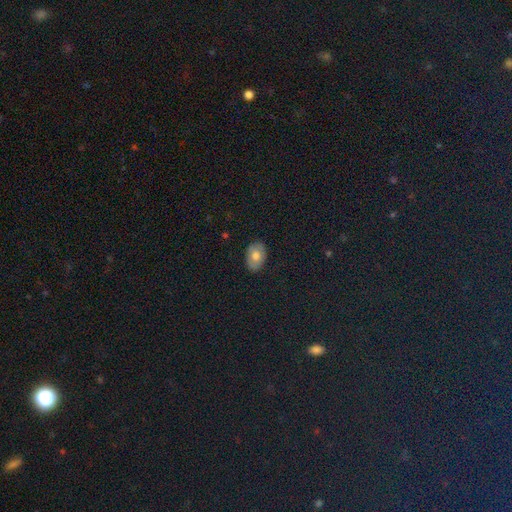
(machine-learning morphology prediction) A smooth galaxy with no disk features (72%) that is in between round and cigar-shaped (84%). Merging: none (86%).